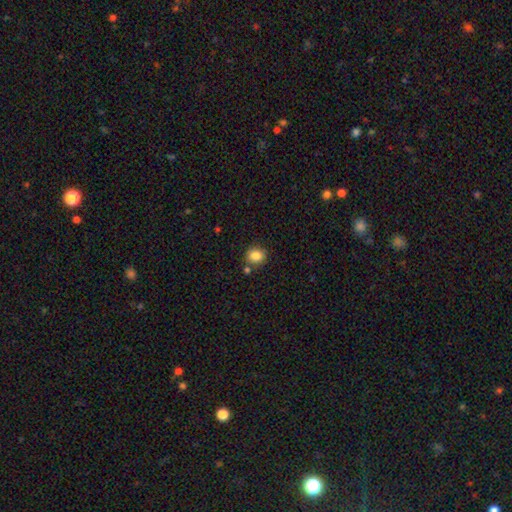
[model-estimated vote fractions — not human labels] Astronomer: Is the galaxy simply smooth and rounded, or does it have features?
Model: smooth — 85%.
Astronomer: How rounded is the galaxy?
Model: round — 72%.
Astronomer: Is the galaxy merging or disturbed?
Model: none — 79%.